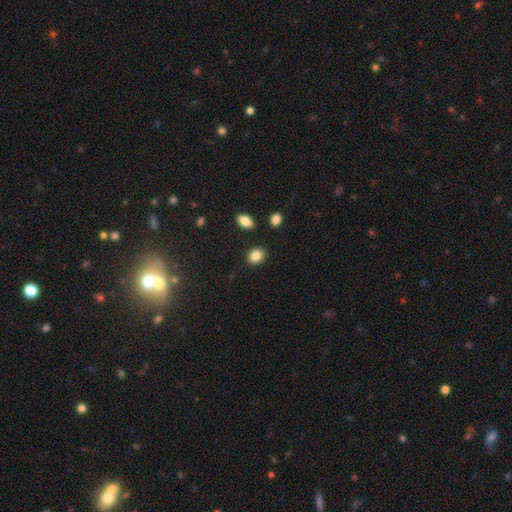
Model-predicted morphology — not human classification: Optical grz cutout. It shows a smooth galaxy with no disk features (86%) that is round (50%). Merging: none (86%).